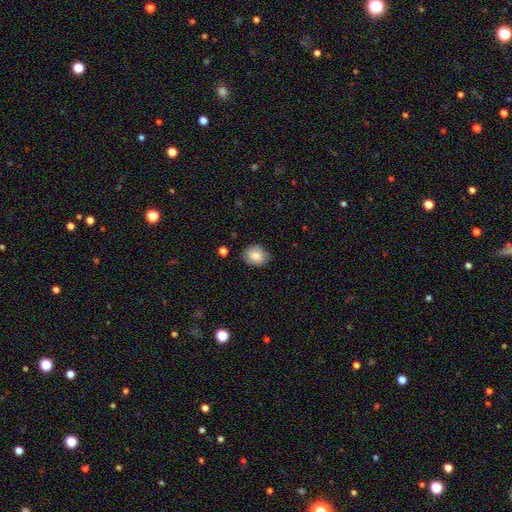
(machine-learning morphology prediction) Smooth or featured: smooth — 81% (featured or disk — 11%)
How rounded: round — 53% (in between — 46%)
Merging: none — 79% (minor disturbance — 16%)